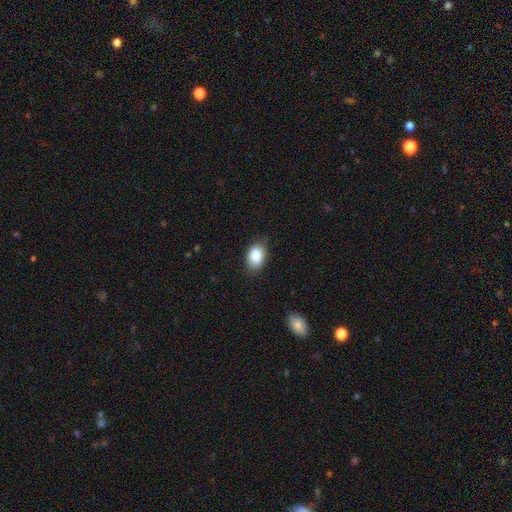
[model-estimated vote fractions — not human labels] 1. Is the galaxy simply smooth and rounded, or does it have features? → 85% smooth, 8% star or artifact, 7% featured or disk.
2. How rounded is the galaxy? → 85% in between, 14% round, 1% cigar-shaped.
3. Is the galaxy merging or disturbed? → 82% none, 14% minor disturbance, 3% major disturbance, 1% merger.